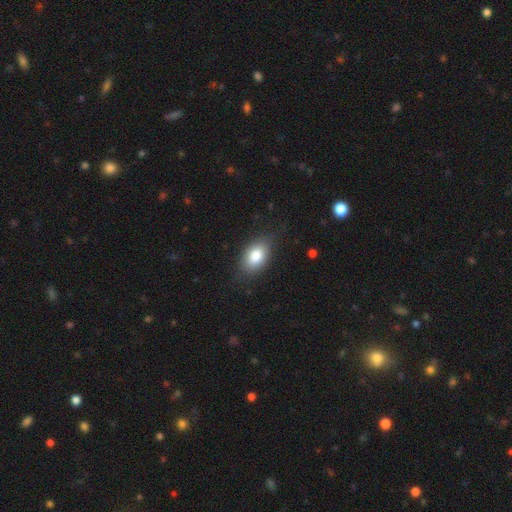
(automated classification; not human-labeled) A smooth galaxy with no disk features (82%) that is in between round and cigar-shaped (89%). Merging: none (79%).